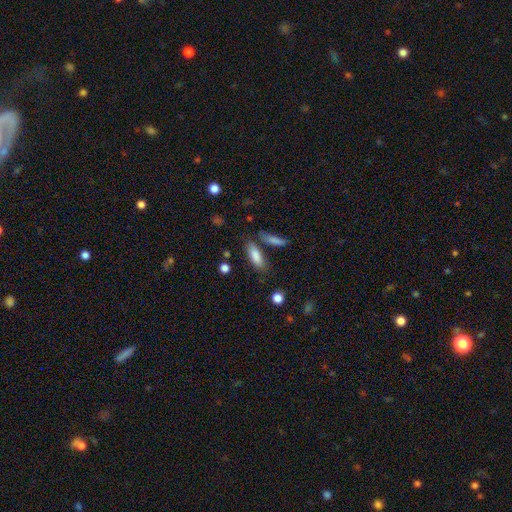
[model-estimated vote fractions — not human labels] Smooth or featured? Predicted: smooth (p=0.83). How rounded? Predicted: in between (p=0.54). Merging? Predicted: none (p=0.71).